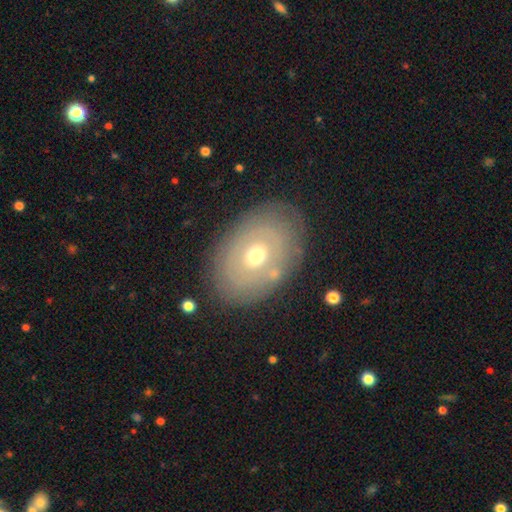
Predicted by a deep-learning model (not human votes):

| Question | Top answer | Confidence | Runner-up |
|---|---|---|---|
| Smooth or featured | featured or disk | 56% | smooth (37%) |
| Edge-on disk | no | 93% | yes (7%) |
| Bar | no | 86% | weak (11%) |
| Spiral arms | no | 65% | yes (35%) |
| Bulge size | moderate | 60% | small (35%) |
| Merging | none | 80% | minor disturbance (13%) |